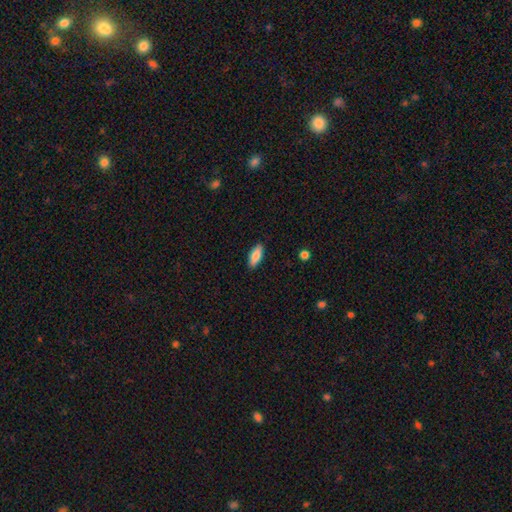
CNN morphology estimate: type=smooth (83%); roundness=in between (74%); merging=none (89%).